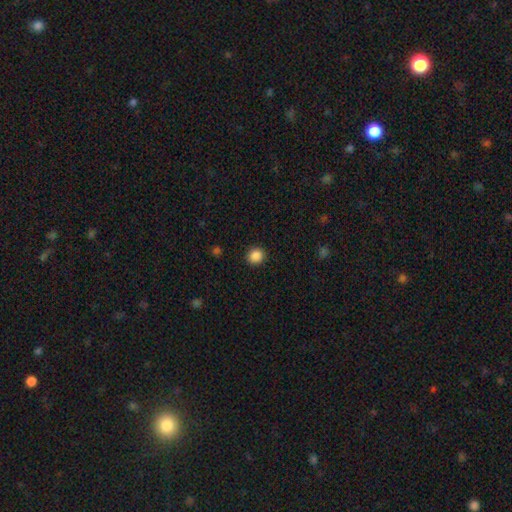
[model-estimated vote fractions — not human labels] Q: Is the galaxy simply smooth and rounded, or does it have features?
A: smooth — 87%.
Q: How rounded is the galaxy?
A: round — 87%.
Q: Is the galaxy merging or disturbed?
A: none — 91%.